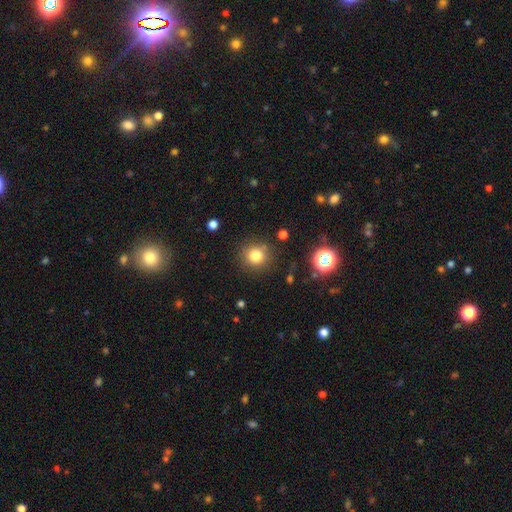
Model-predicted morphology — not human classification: Smooth or featured? Predicted: smooth (p=0.80). How rounded? Predicted: round (p=0.90). Merging? Predicted: none (p=0.85).